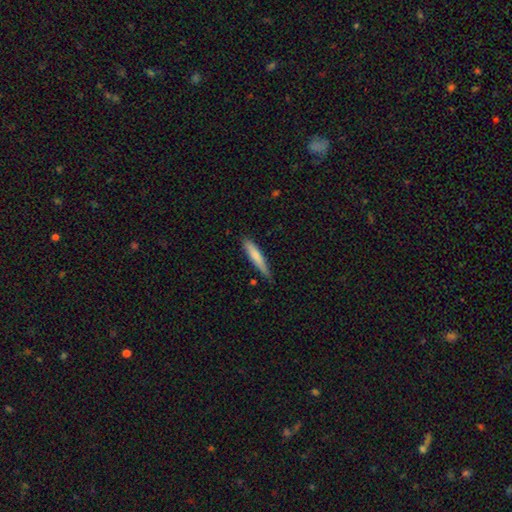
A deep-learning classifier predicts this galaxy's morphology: Q: Smooth or featured?
A: smooth (77%); runner-up: featured or disk (17%)
Q: How rounded?
A: cigar-shaped (90%); runner-up: in between (9%)
Q: Merging?
A: none (73%); runner-up: minor disturbance (22%)